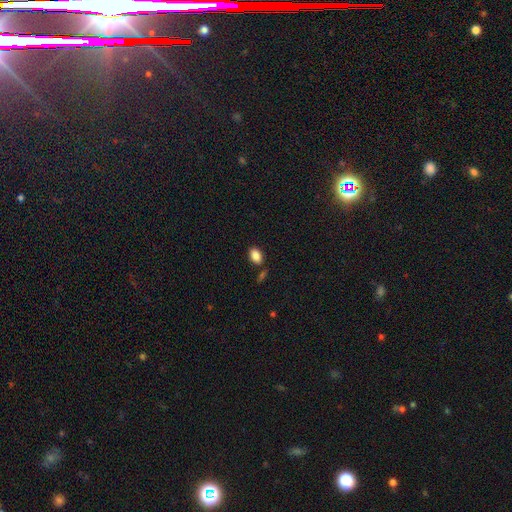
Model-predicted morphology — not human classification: type=smooth (86%); roundness=in between (87%); merging=none (79%).